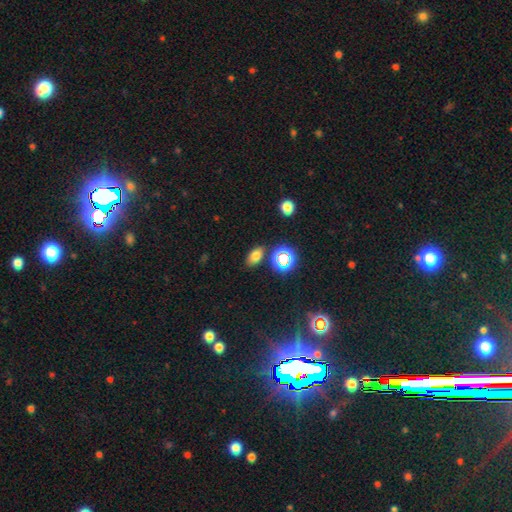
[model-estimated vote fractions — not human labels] Smooth or featured?
  - smooth: 70% *
  - star or artifact: 21%
  - featured or disk: 8%
How rounded?
  - in between: 86% *
  - round: 12%
  - cigar-shaped: 2%
Merging?
  - none: 81% *
  - minor disturbance: 11%
  - merger: 5%
  - major disturbance: 3%